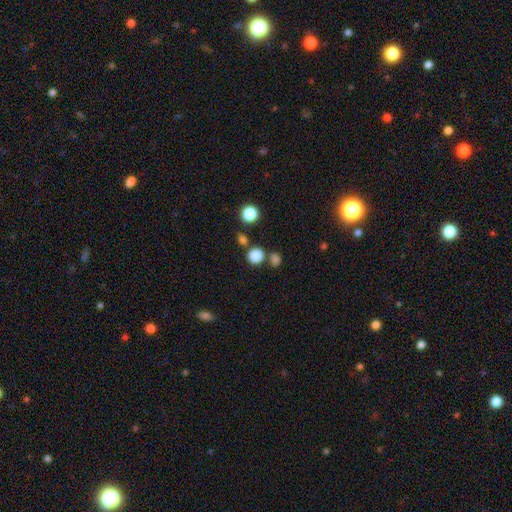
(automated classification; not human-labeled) Morphology: type=smooth (84%); roundness=round (87%); merging=none (72%).